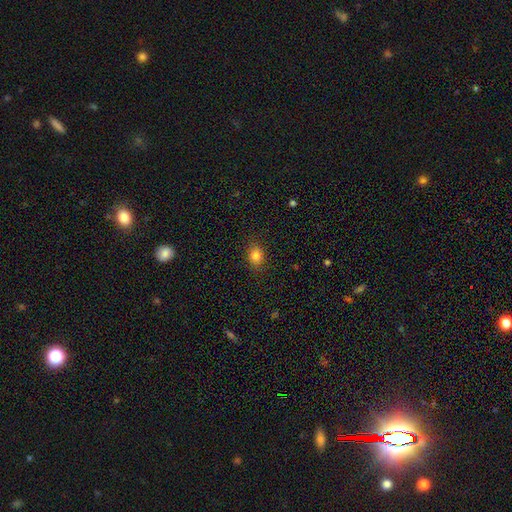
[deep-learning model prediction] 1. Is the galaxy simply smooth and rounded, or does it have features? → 83% smooth, 12% star or artifact, 5% featured or disk.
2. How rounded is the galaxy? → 51% round, 48% in between, 1% cigar-shaped.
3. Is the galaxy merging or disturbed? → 87% none, 9% minor disturbance, 3% major disturbance, 1% merger.